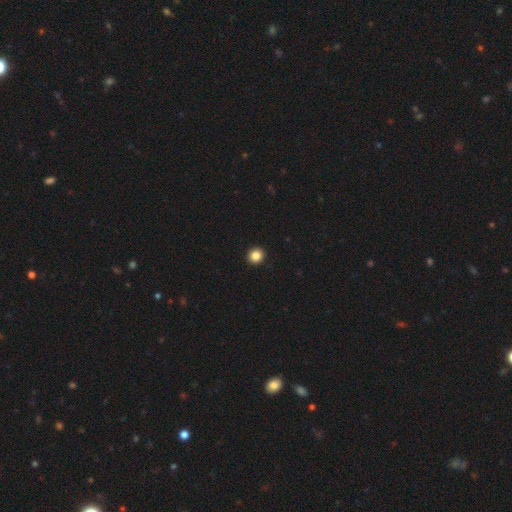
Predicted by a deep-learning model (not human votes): smooth-or-featured: smooth: 86% | star or artifact: 11% | featured or disk: 4%
  how-rounded: round: 89% | in between: 11% | cigar-shaped: 1%
  merging: none: 94% | minor disturbance: 4% | major disturbance: 1% | merger: 1%